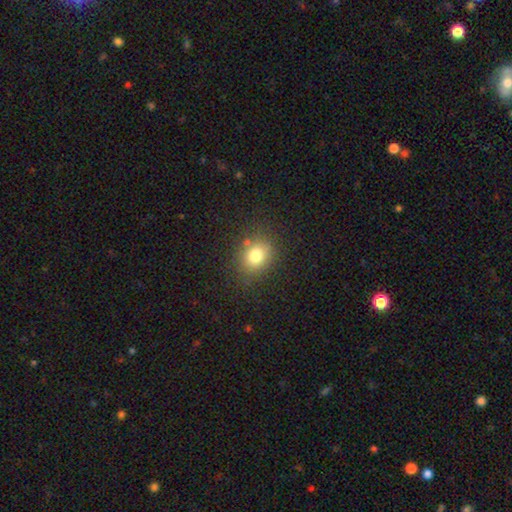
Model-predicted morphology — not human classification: smooth-or-featured: smooth: 78% | star or artifact: 13% | featured or disk: 9%
  how-rounded: round: 55% | in between: 44% | cigar-shaped: 1%
  merging: none: 81% | minor disturbance: 12% | major disturbance: 4% | merger: 3%